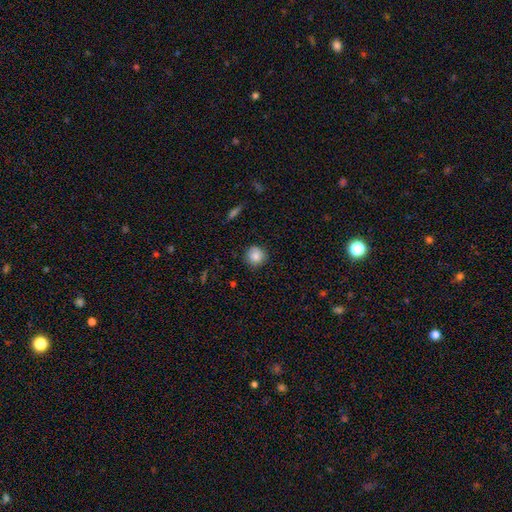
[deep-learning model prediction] This is clearly a smooth galaxy (84%). How rounded: clearly round (94%). Merging: clearly none (88%).